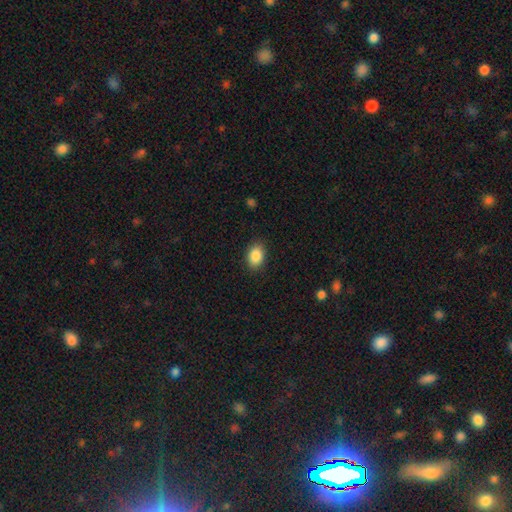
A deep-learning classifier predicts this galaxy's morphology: The model was most divided on "how rounded": in between: 82%, round: 17%, cigar-shaped: 1%. More confident: merging — none (88%); smooth or featured — smooth (88%).